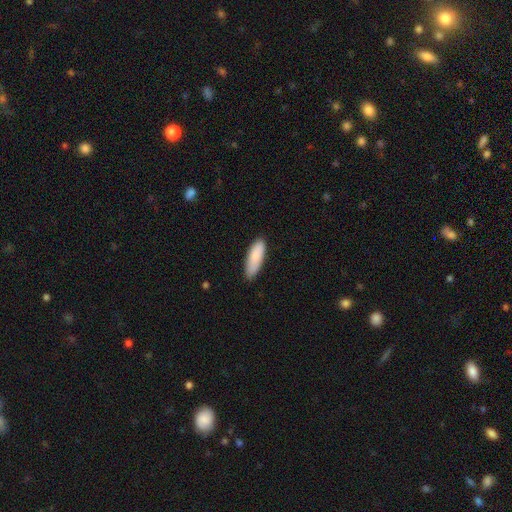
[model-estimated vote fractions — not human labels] A smooth galaxy with no disk features (86%) that is in between round and cigar-shaped (59%). Merging: none (82%).